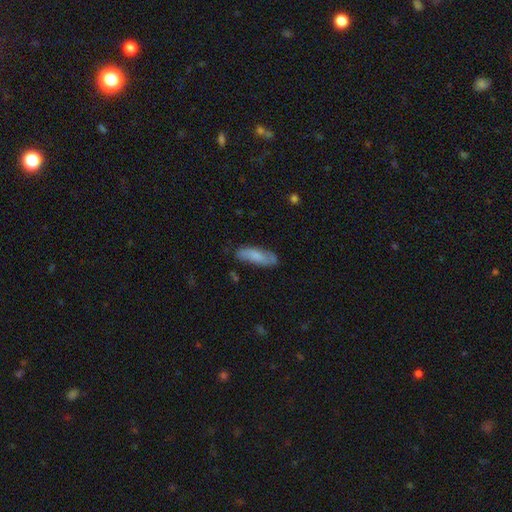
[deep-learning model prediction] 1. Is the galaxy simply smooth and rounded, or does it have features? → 68% smooth, 26% featured or disk, 6% star or artifact.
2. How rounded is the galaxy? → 50% in between, 48% cigar-shaped, 2% round.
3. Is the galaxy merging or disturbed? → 76% none, 18% minor disturbance, 4% major disturbance, 2% merger.